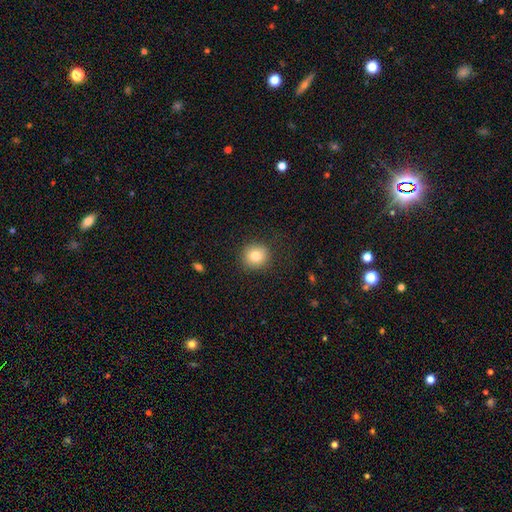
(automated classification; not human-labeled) Smooth or featured? smooth (79%)
How rounded? round (91%)
Merging? none (88%)